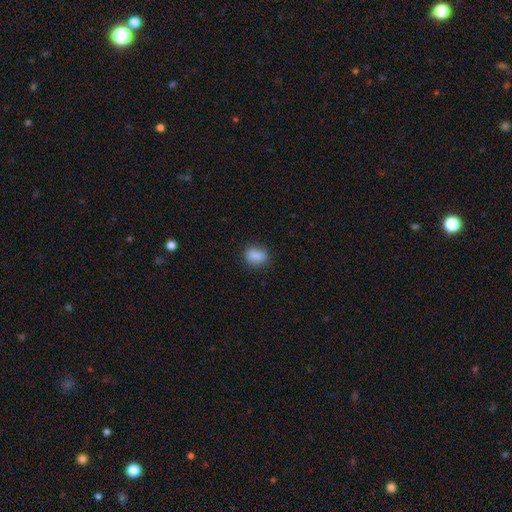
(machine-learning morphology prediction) A smooth galaxy with no disk features (87%) that is in between round and cigar-shaped (62%).

Vote fractions:
- Smooth or featured? smooth: 87% / star or artifact: 9% / featured or disk: 4%
- How rounded? in between: 62% / round: 36% / cigar-shaped: 2%
- Merging? none: 82% / minor disturbance: 14% / major disturbance: 3% / merger: 1%